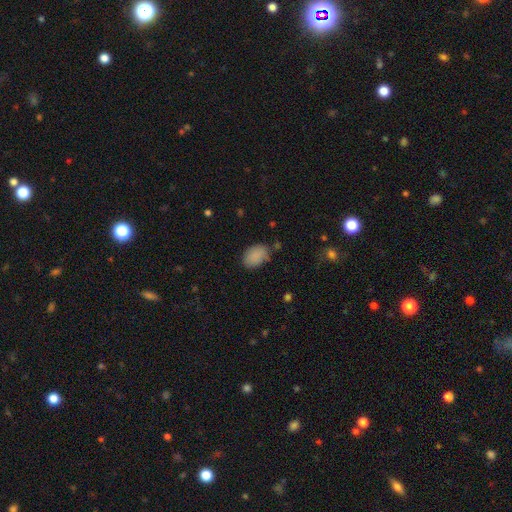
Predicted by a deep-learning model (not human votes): smooth 87%, star or artifact 8%, featured or disk 5%. Down the decision tree: how rounded — in between (84%); merging — none (73%).